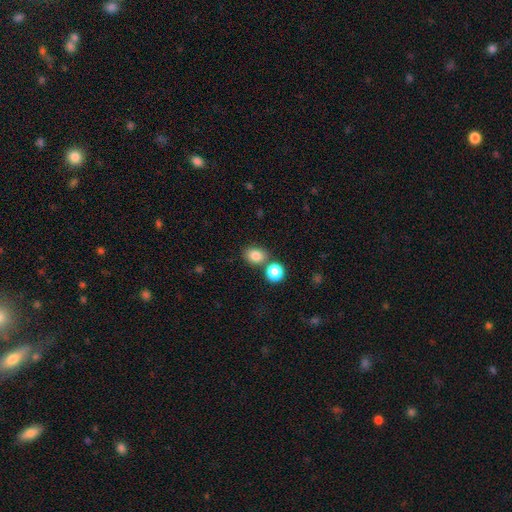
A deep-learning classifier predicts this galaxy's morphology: smooth_or_featured: smooth (p=0.83) [alt: star or artifact p=0.11]
how_rounded: round (p=0.51) [alt: in between p=0.48]
merging: none (p=0.69) [alt: merger p=0.18]